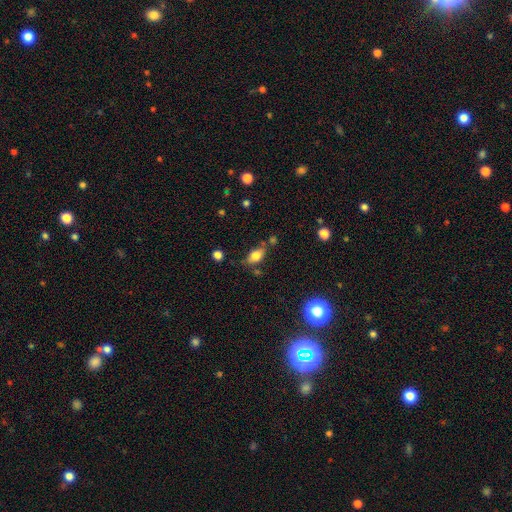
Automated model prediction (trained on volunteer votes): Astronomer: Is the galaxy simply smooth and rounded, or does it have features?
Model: smooth — 76%.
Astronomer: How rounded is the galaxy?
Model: in between — 85%.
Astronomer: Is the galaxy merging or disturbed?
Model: none — 66%.